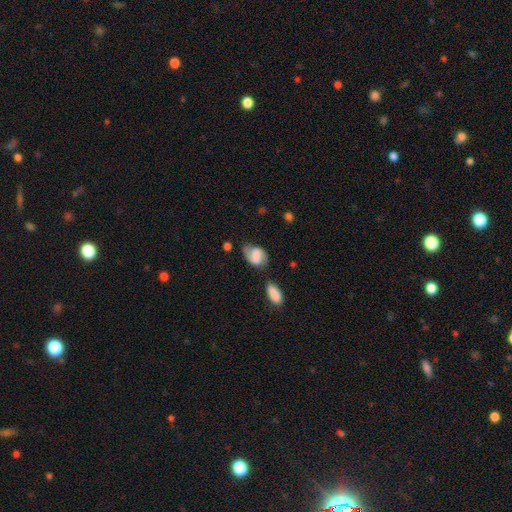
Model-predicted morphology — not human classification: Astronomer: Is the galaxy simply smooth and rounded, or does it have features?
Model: smooth — 48% (runner-up: featured or disk, 43%).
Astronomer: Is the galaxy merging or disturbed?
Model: none — 53%.